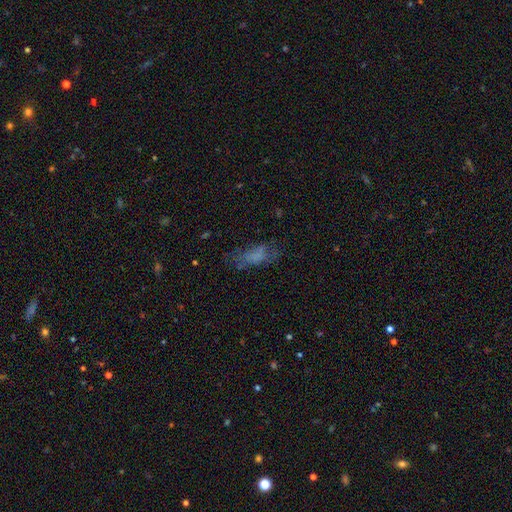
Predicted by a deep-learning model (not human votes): Overall: smooth (59%; featured or disk 26%). How rounded: in between (70%). Merging: none (53%; minor disturbance 23%).